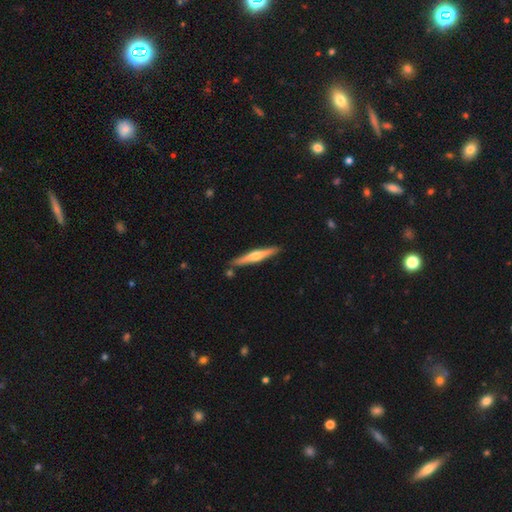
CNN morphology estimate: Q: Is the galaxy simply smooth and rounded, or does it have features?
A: featured or disk — 61%.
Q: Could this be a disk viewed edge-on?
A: yes — 97%.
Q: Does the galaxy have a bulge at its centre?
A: rounded — 87%.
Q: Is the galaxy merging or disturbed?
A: none — 87%.